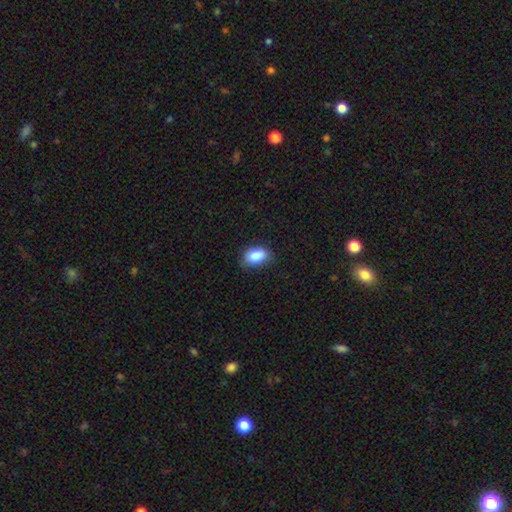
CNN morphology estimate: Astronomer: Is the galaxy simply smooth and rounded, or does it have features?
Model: smooth — 85%.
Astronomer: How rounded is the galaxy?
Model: in between — 88%.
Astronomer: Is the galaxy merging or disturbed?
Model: none — 76%.